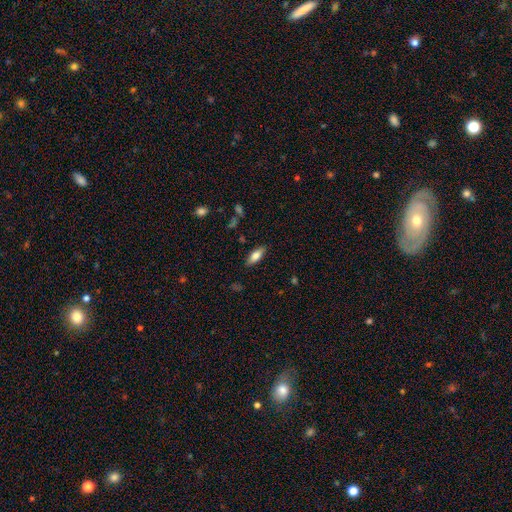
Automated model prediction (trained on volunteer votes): Smooth or featured? smooth (76%)
How rounded? in between (77%)
Merging? none (86%)